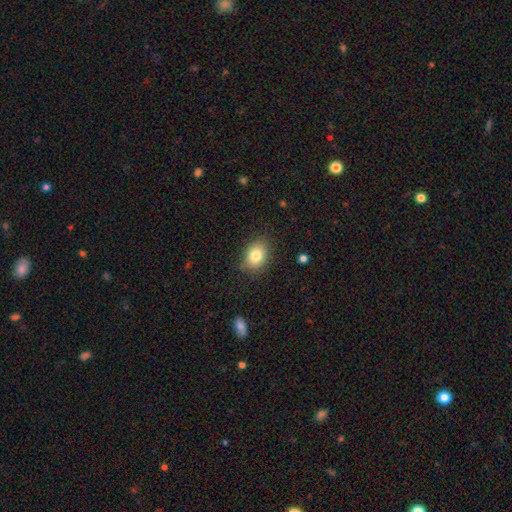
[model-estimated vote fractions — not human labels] Morphology: type=smooth (81%); roundness=in between (69%); merging=none (82%).